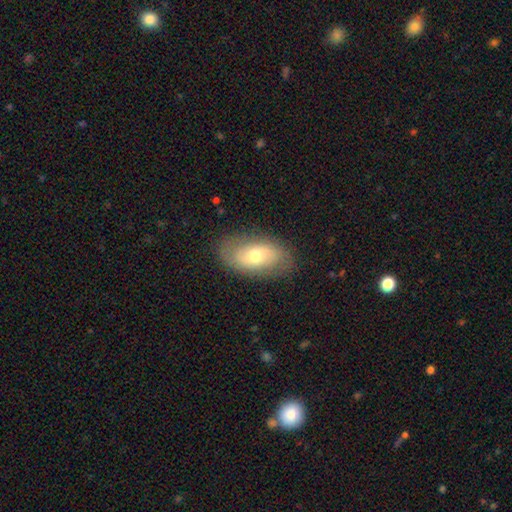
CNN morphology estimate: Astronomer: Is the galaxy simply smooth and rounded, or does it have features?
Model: smooth — 52% (runner-up: featured or disk, 40%).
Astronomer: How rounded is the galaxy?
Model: in between — 90%.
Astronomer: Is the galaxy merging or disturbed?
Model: none — 80%.